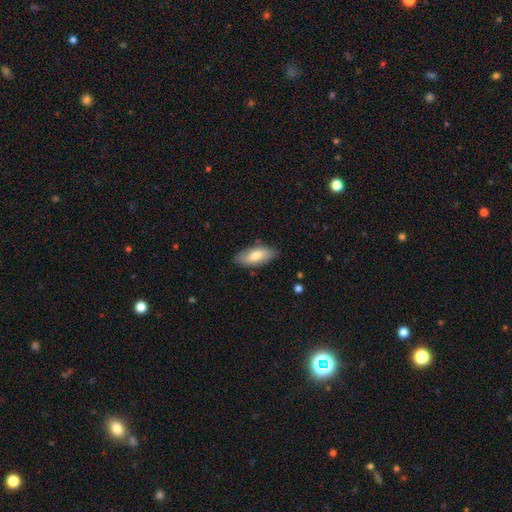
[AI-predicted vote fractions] smooth_or_featured: smooth (p=0.74) [alt: featured or disk p=0.20]
how_rounded: in between (p=0.85) [alt: cigar-shaped p=0.13]
merging: none (p=0.82) [alt: minor disturbance p=0.14]